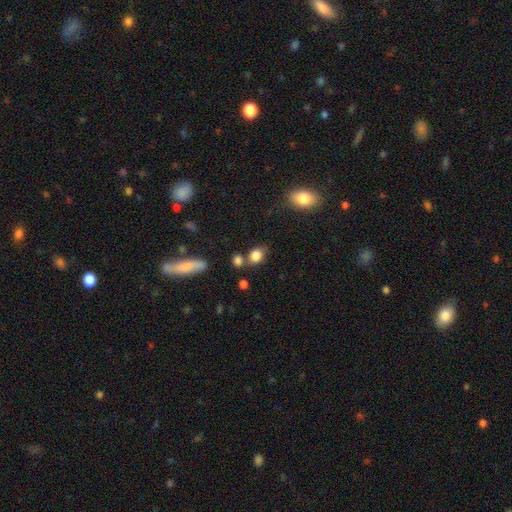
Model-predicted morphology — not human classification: Smooth or featured: smooth — 82% (star or artifact — 11%)
How rounded: in between — 57% (round — 41%)
Merging: none — 58% (merger — 18%)